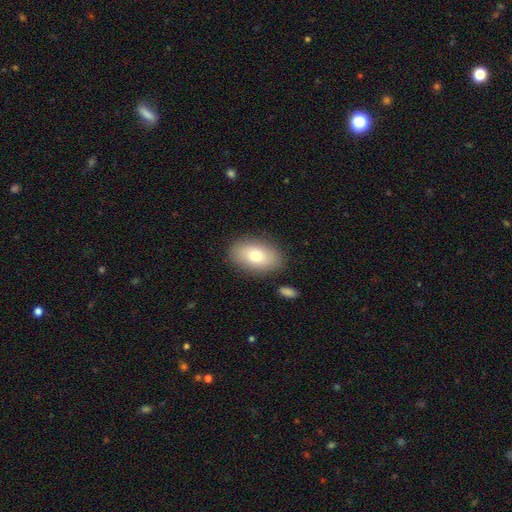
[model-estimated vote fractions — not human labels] smooth-or-featured: smooth: 74% | featured or disk: 18% | star or artifact: 8%
  how-rounded: in between: 89% | round: 9% | cigar-shaped: 2%
  merging: none: 84% | minor disturbance: 10% | major disturbance: 3% | merger: 2%